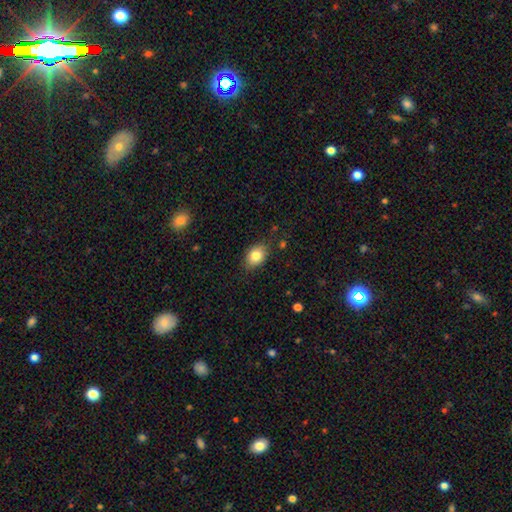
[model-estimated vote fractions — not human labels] Overall: smooth (82%). How rounded: in between (74%). Merging: none (80%).